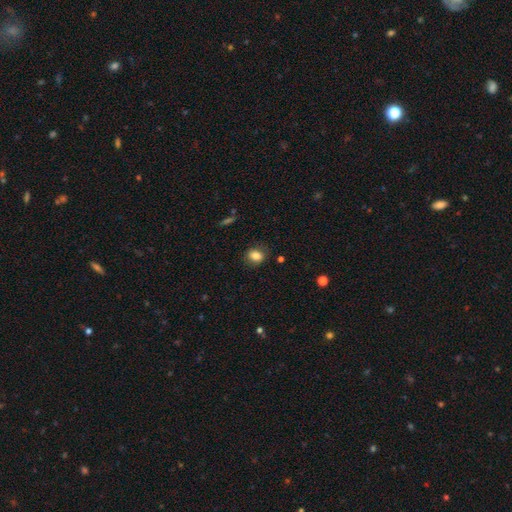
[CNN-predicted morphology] A smooth galaxy with no disk features (82%) that is in between round and cigar-shaped (53%). Merging: none (80%).